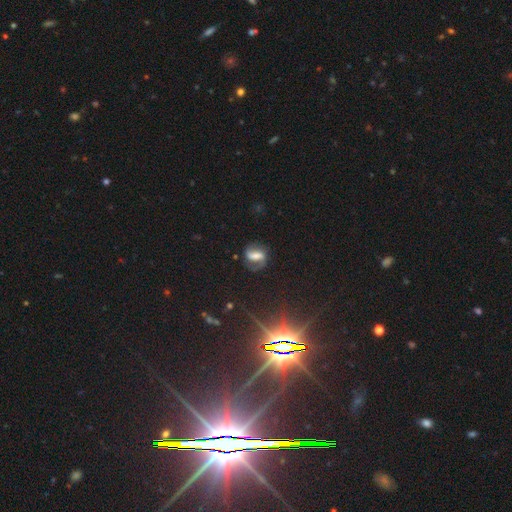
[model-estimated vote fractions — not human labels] Morphology: type=featured or disk (66%); edge-on=no (95%); bar=strong (50%); spiral arms=yes (86%); winding=medium (46%); arm count=2 (84%); bulge=moderate (38%); merging=none (71%).